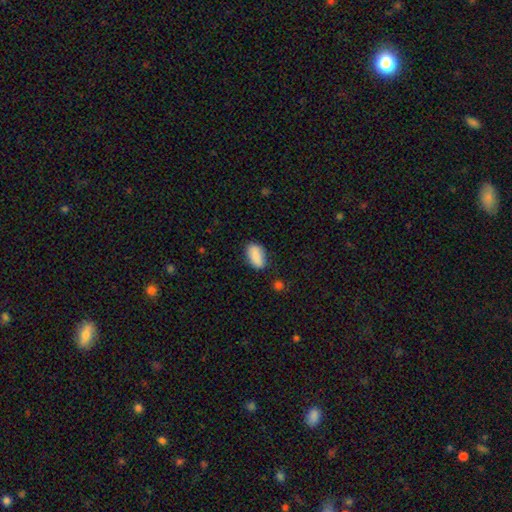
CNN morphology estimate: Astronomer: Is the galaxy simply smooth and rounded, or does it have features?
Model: smooth — 85%.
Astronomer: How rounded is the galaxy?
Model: in between — 91%.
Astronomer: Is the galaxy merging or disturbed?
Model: none — 76%.